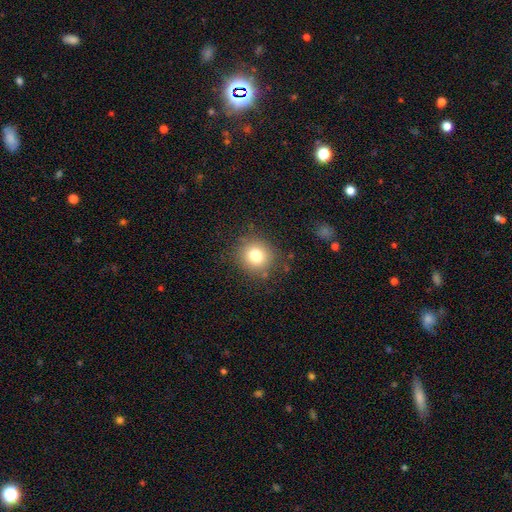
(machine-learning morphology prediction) The model was most divided on "smooth or featured": smooth: 78%, star or artifact: 13%, featured or disk: 9%. More confident: how rounded — round (90%); merging — none (86%).